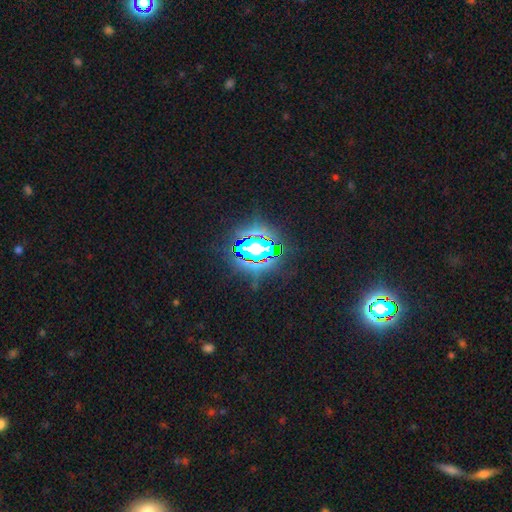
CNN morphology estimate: star or artifact 81%, smooth 11%, featured or disk 7%.